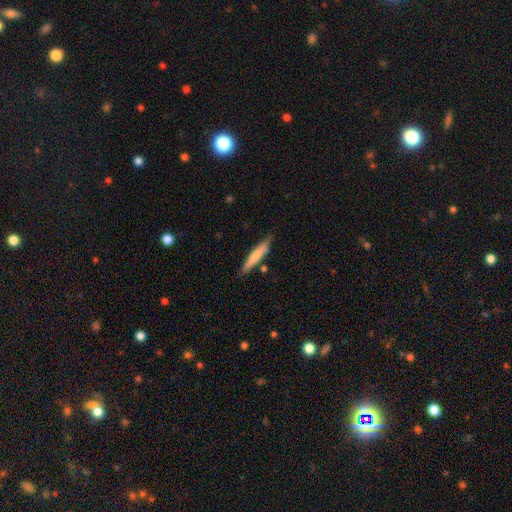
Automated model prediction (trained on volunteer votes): smooth-or-featured: smooth: 66% | featured or disk: 28% | star or artifact: 6%
  how-rounded: cigar-shaped: 88% | in between: 10% | round: 1%
  merging: none: 75% | minor disturbance: 17% | merger: 5% | major disturbance: 3%